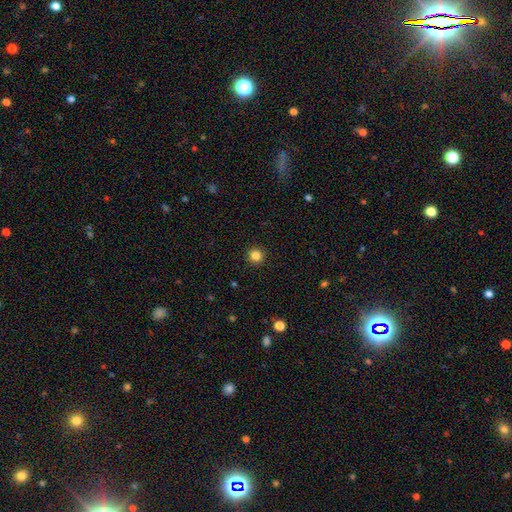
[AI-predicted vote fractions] Morphology: type=smooth (84%); roundness=round (95%); merging=none (93%).